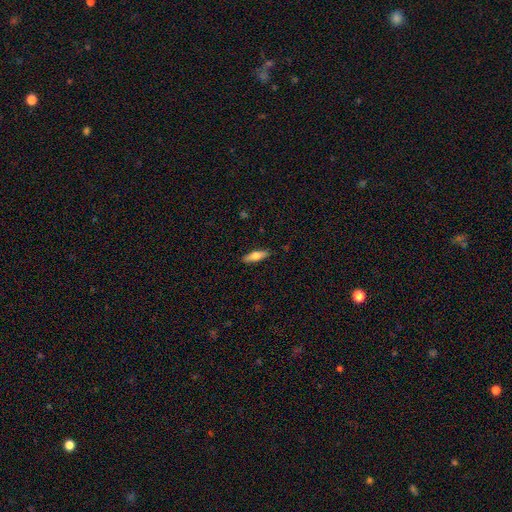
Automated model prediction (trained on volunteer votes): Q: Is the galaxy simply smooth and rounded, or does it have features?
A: smooth — 62%.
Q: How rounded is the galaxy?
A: cigar-shaped — 55%.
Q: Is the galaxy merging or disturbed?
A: none — 87%.